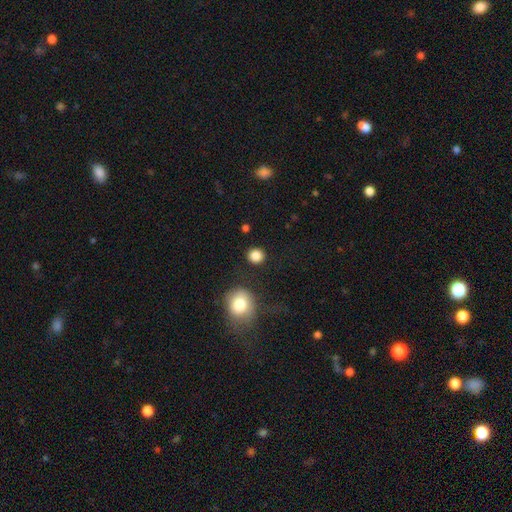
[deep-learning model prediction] Smooth or featured: smooth — 86% (star or artifact — 10%)
How rounded: round — 86% (in between — 13%)
Merging: none — 87% (minor disturbance — 7%)